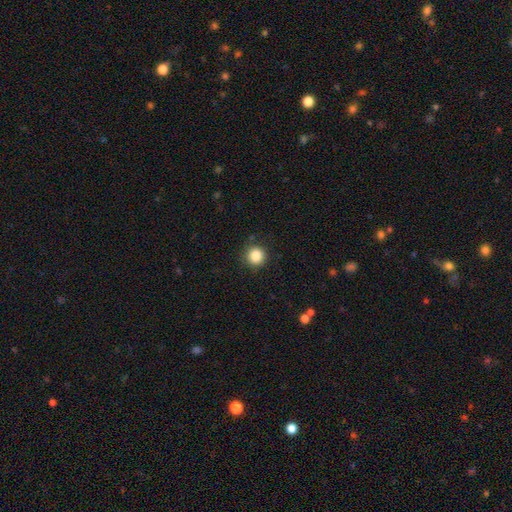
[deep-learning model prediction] This is clearly a smooth galaxy (86%). How rounded: clearly round (93%). Merging: clearly none (89%).